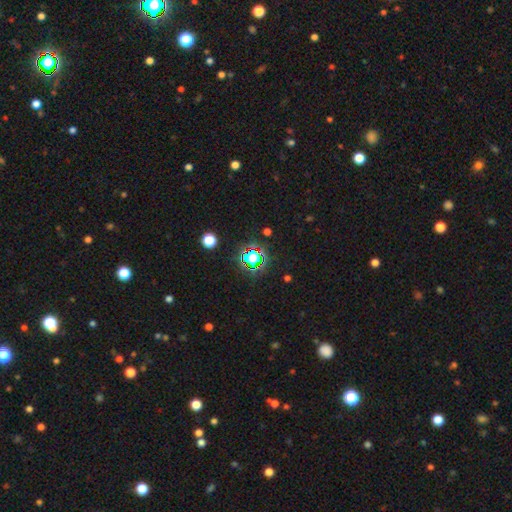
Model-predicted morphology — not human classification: Q: Smooth or featured?
A: star or artifact (69%); runner-up: smooth (21%)